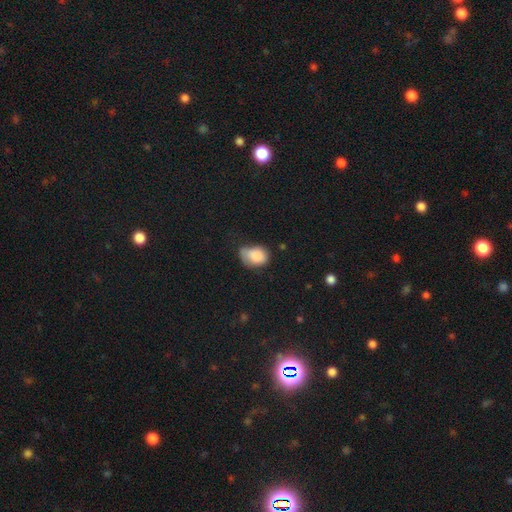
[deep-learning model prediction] smooth 84%, featured or disk 8%, star or artifact 8%. Down the decision tree: how rounded — in between (73%); merging — minor disturbance (44%).